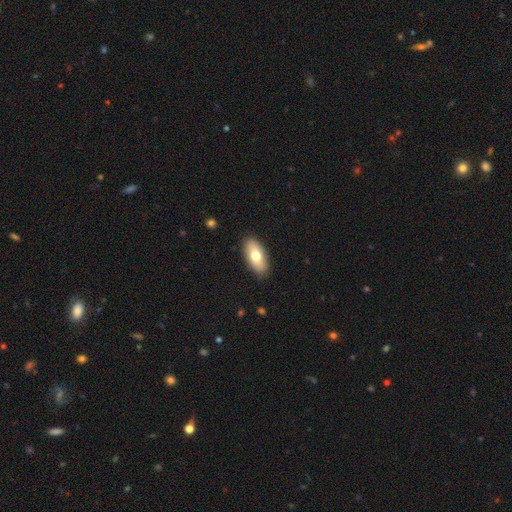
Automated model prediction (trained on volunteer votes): Smooth or featured: smooth — 71% (featured or disk — 23%)
How rounded: in between — 91% (cigar-shaped — 7%)
Merging: none — 88% (minor disturbance — 9%)